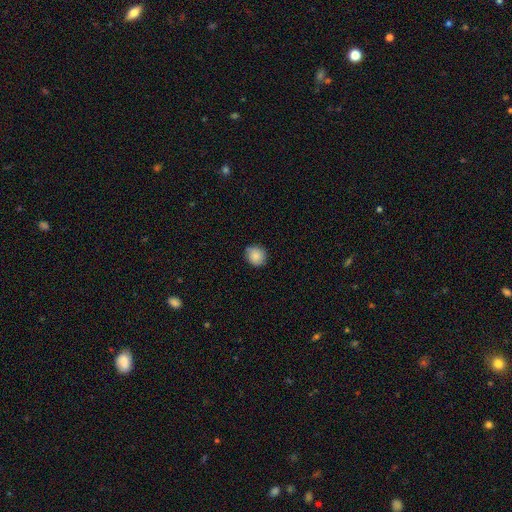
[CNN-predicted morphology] A smooth galaxy with no disk features (85%) that is round (83%).

Vote fractions:
- Smooth or featured? smooth: 85% / star or artifact: 8% / featured or disk: 6%
- How rounded? round: 83% / in between: 16% / cigar-shaped: 1%
- Merging? none: 82% / minor disturbance: 15% / major disturbance: 2% / merger: 1%